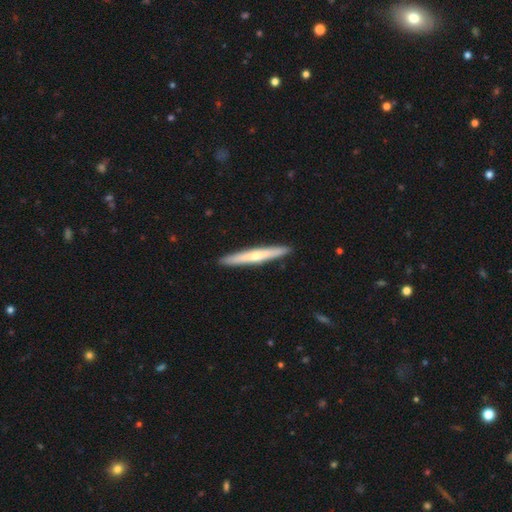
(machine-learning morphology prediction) This appears to be a featured or disk galaxy (48%). Merging: none (93%).